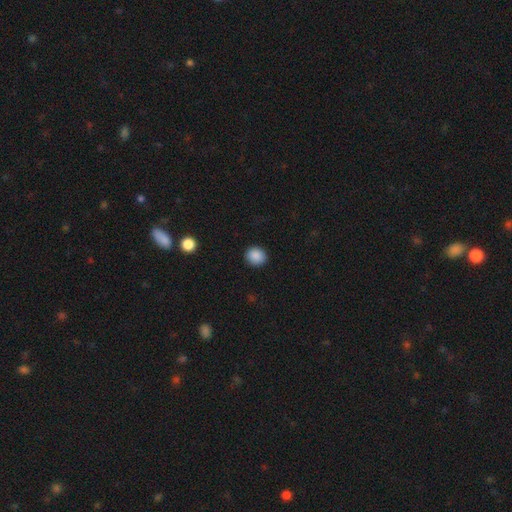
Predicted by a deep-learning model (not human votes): A smooth galaxy with no disk features (88%) that is round (84%).

Vote fractions:
- Smooth or featured? smooth: 88% / star or artifact: 9% / featured or disk: 3%
- How rounded? round: 84% / in between: 15% / cigar-shaped: 1%
- Merging? none: 91% / minor disturbance: 6% / major disturbance: 2% / merger: 1%